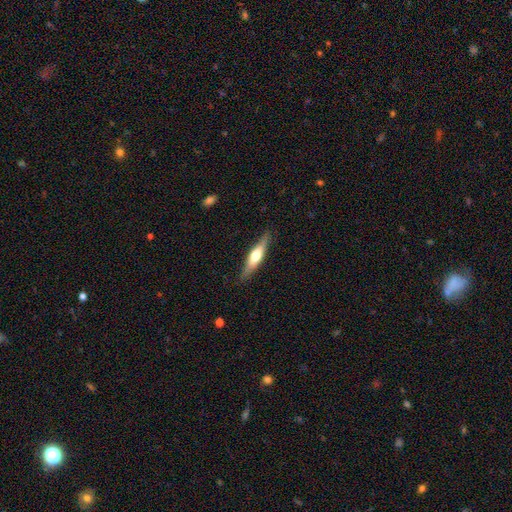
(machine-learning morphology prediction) Smooth or featured? Predicted: featured or disk (p=0.52). Edge-on disk? Predicted: yes (p=0.92). Merging? Predicted: none (p=0.86).